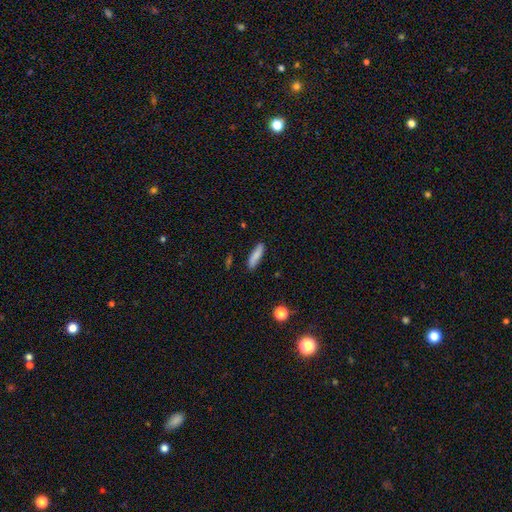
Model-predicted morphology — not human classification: Overall: smooth (81%). How rounded: cigar-shaped (70%). Merging: none (85%).